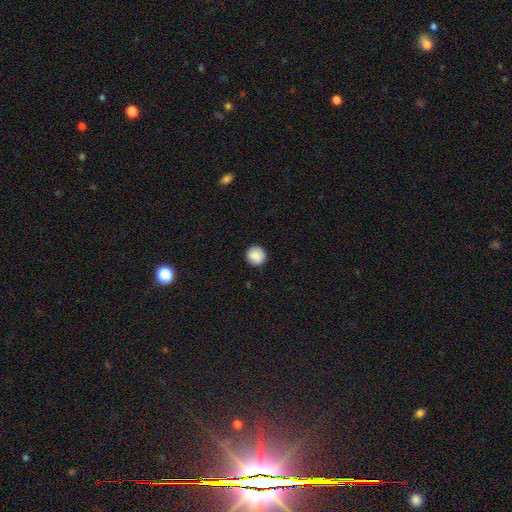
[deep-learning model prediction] Smooth or featured?
  - smooth: 88% *
  - star or artifact: 8%
  - featured or disk: 4%
How rounded?
  - round: 93% *
  - in between: 6%
  - cigar-shaped: 1%
Merging?
  - none: 90% *
  - minor disturbance: 7%
  - major disturbance: 2%
  - merger: 1%